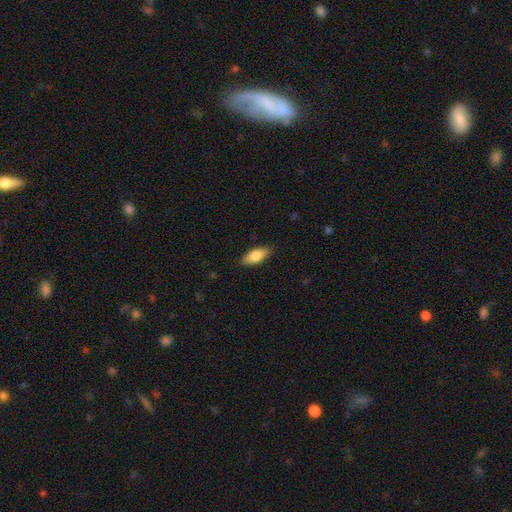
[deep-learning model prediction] This is likely a smooth galaxy (79%). How rounded: clearly in between (80%). Merging: clearly none (86%).